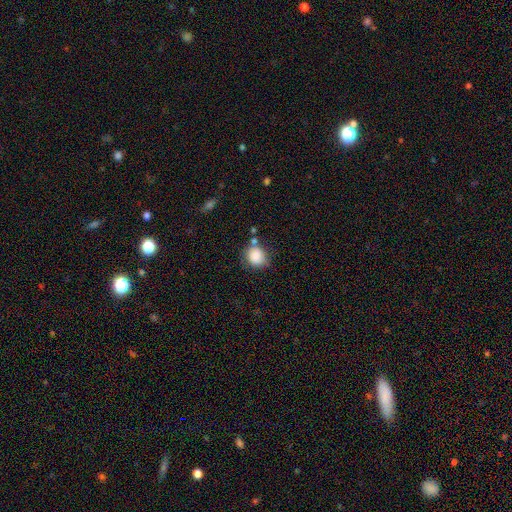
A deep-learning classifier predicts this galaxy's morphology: Smooth or featured: smooth — 85% (star or artifact — 9%)
How rounded: round — 75% (in between — 24%)
Merging: none — 61% (minor disturbance — 21%)